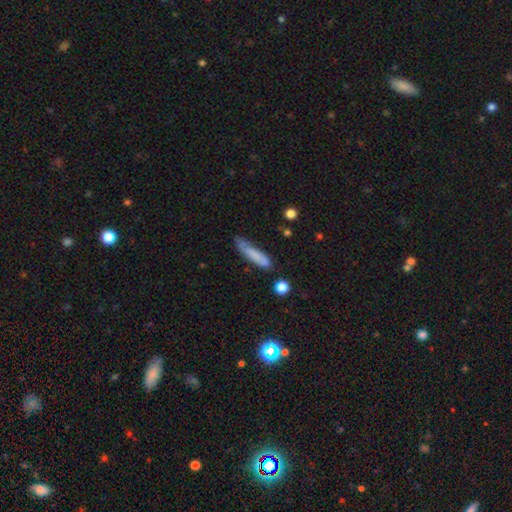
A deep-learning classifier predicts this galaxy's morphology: Smooth or featured: smooth — 73% (featured or disk — 19%)
How rounded: cigar-shaped — 84% (in between — 14%)
Merging: none — 57% (minor disturbance — 29%)